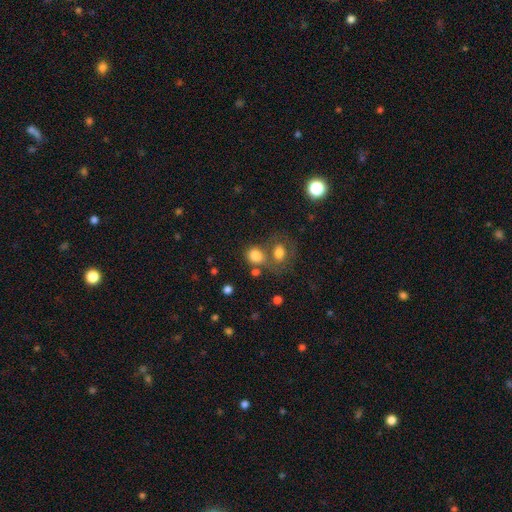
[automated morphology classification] Smooth or featured? smooth (81%)
How rounded? round (58%)
Merging? none (48%)